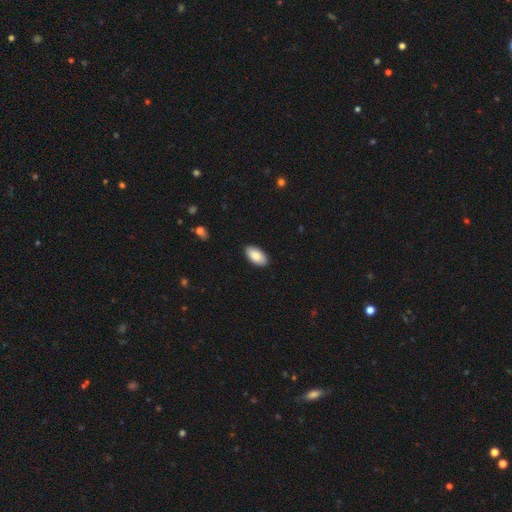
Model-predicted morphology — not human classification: Smooth or featured: smooth — 87% (featured or disk — 7%)
How rounded: in between — 96% (cigar-shaped — 2%)
Merging: none — 88% (minor disturbance — 9%)